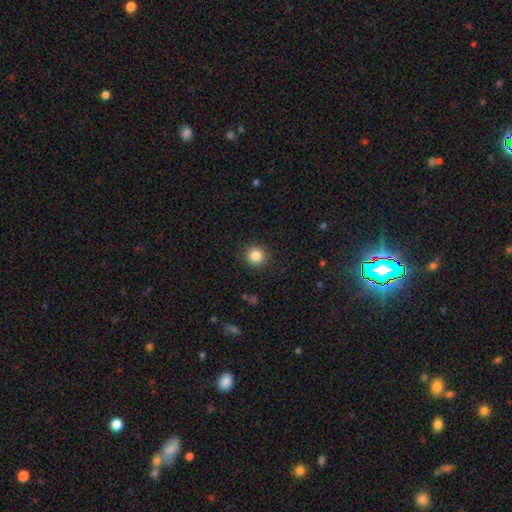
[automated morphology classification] smooth-or-featured: smooth: 84% | star or artifact: 11% | featured or disk: 5%
  how-rounded: round: 91% | in between: 8% | cigar-shaped: 1%
  merging: none: 91% | minor disturbance: 6% | major disturbance: 2% | merger: 1%